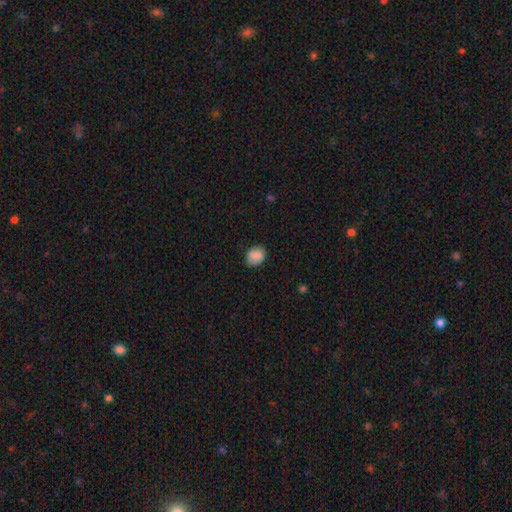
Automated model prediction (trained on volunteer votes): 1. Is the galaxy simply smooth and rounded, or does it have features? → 88% smooth, 8% star or artifact, 4% featured or disk.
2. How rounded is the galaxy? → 51% in between, 48% round, 1% cigar-shaped.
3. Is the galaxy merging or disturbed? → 82% none, 14% minor disturbance, 3% major disturbance, 1% merger.